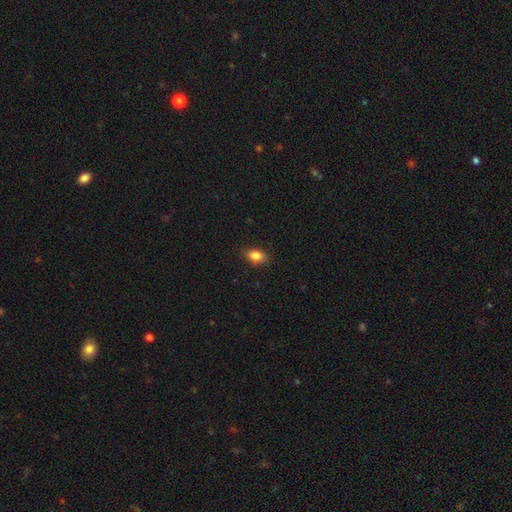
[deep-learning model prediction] Smooth or featured: smooth — 84% (star or artifact — 9%)
How rounded: in between — 81% (round — 16%)
Merging: none — 83% (minor disturbance — 14%)